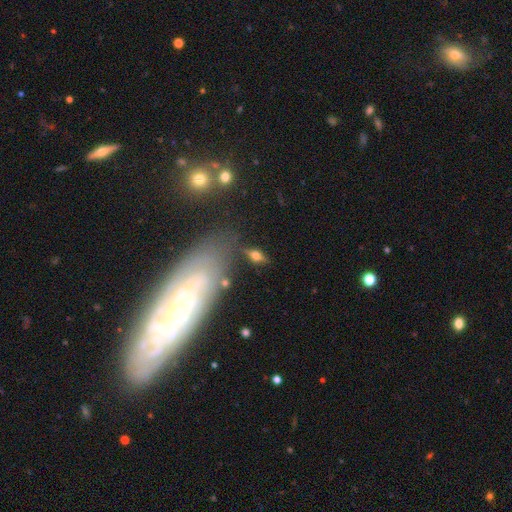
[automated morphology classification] smooth_or_featured: smooth (p=0.49) [alt: featured or disk p=0.39]
merging: none (p=0.69) [alt: minor disturbance p=0.17]